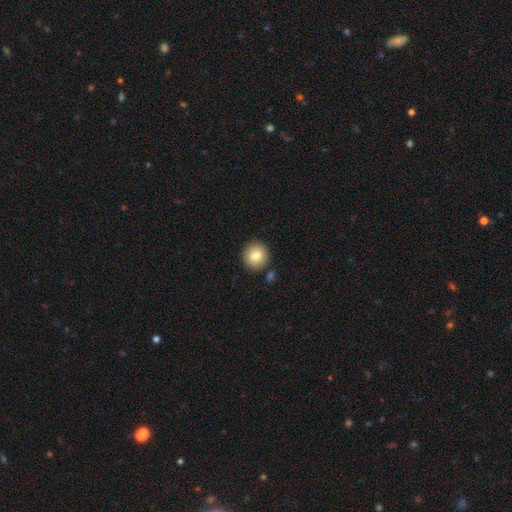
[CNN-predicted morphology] This is clearly a smooth galaxy (82%). How rounded: clearly round (91%). Merging: clearly none (86%).